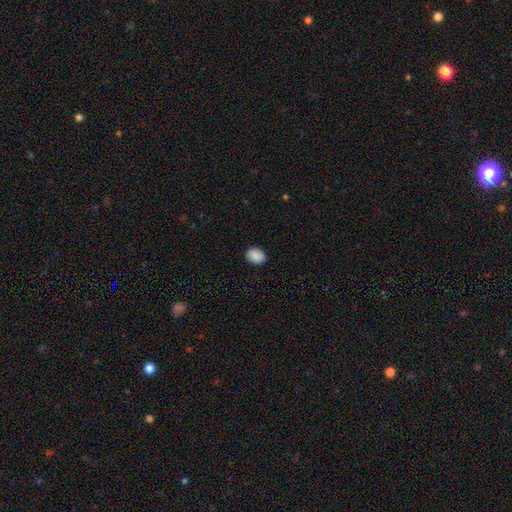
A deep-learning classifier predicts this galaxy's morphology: A smooth galaxy with no disk features (88%) that is in between round and cigar-shaped (67%). Merging: none (87%).